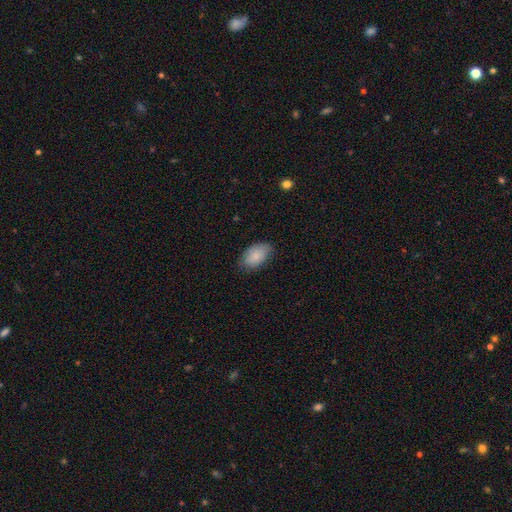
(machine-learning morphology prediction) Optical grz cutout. It shows a smooth galaxy with no disk features (85%) that is in between round and cigar-shaped (93%). Merging: none (78%).